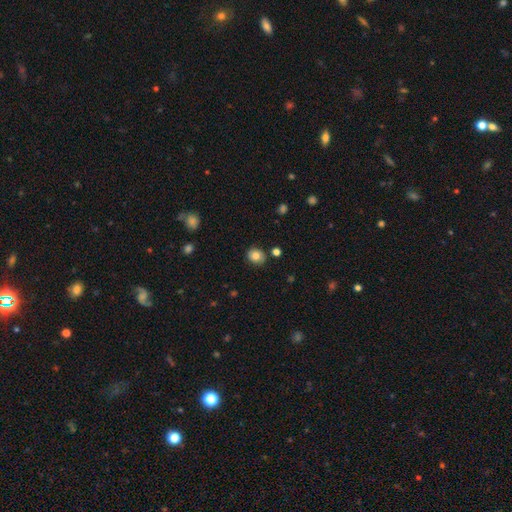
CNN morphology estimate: Q: Smooth or featured?
A: smooth (82%); runner-up: star or artifact (10%)
Q: How rounded?
A: round (66%); runner-up: in between (33%)
Q: Merging?
A: none (83%); runner-up: minor disturbance (11%)